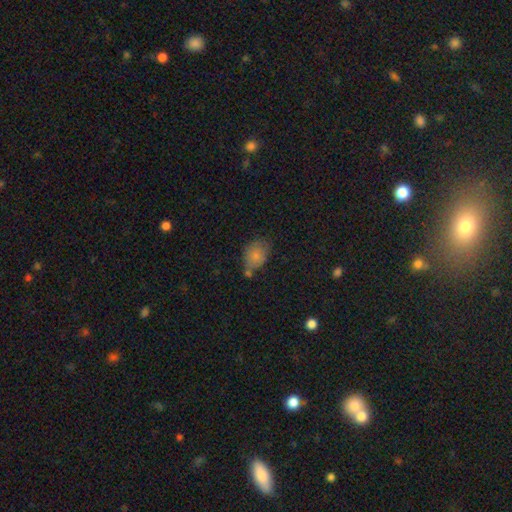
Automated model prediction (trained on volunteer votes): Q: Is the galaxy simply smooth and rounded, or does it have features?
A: smooth — 79%.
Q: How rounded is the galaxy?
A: in between — 72%.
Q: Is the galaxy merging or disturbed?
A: none — 48%.